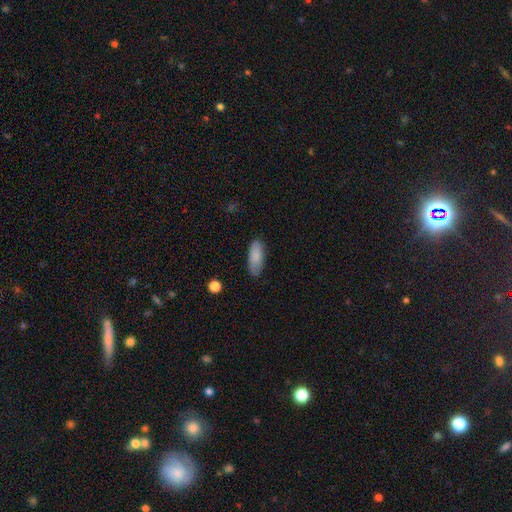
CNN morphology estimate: Smooth or featured? smooth (86%)
How rounded? in between (70%)
Merging? none (81%)